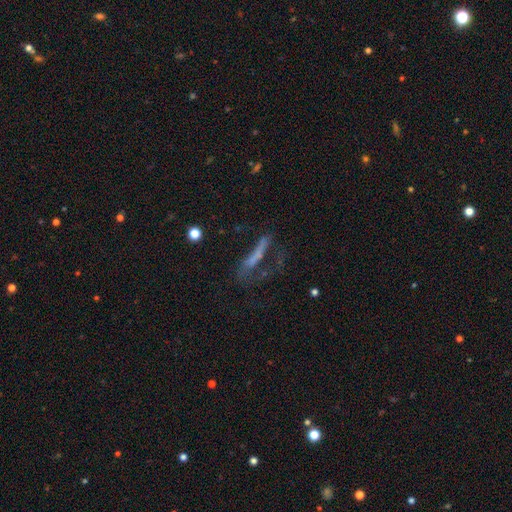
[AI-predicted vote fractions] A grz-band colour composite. It shows a smooth galaxy with no disk features (43%). Merging: none (37%).